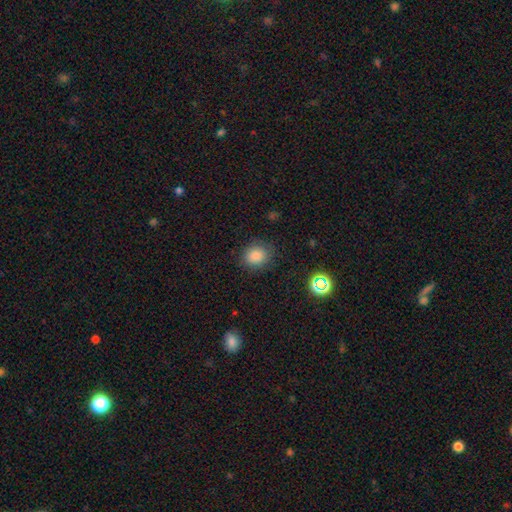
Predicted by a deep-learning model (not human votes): Smooth or featured?
  - smooth: 82% *
  - star or artifact: 12%
  - featured or disk: 5%
How rounded?
  - round: 72% *
  - in between: 27%
  - cigar-shaped: 1%
Merging?
  - none: 84% *
  - minor disturbance: 11%
  - major disturbance: 3%
  - merger: 1%